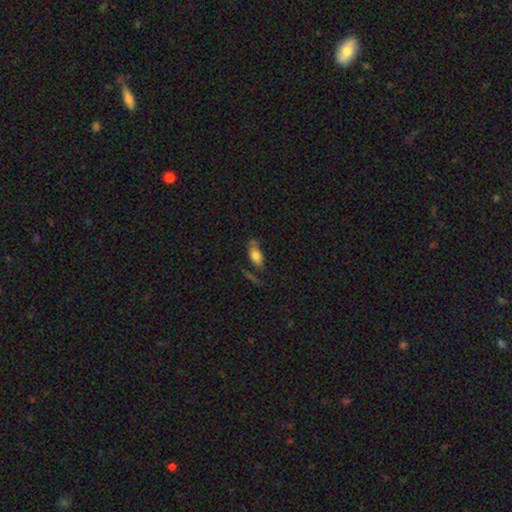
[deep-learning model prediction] Morphology: type=smooth (70%); roundness=in between (85%); merging=none (55%).